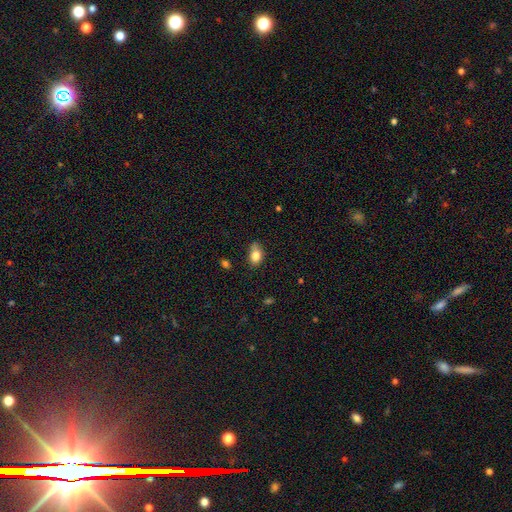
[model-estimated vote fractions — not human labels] Smooth or featured?
  - smooth: 81% *
  - star or artifact: 10%
  - featured or disk: 10%
How rounded?
  - in between: 72% *
  - round: 26%
  - cigar-shaped: 2%
Merging?
  - none: 51% *
  - minor disturbance: 34%
  - major disturbance: 9%
  - merger: 7%